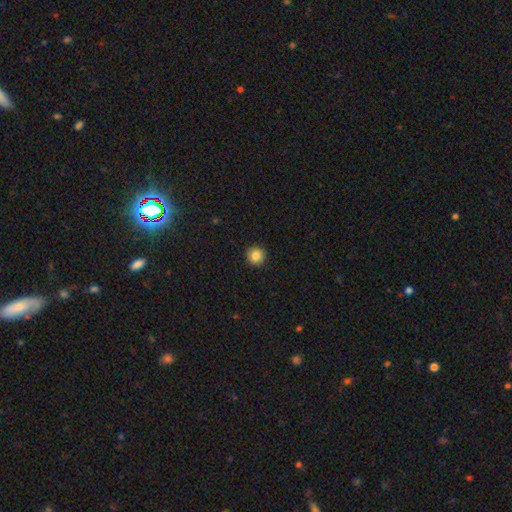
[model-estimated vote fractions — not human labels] This appears to be a smooth galaxy with no disk features (85%) that is round (95%). Merging: none (93%).